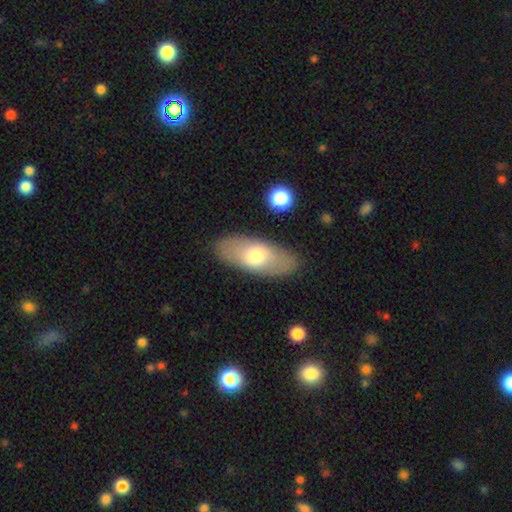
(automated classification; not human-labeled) This appears to be a smooth galaxy with no disk features (66%) that is in between round and cigar-shaped (85%). Merging: none (85%).